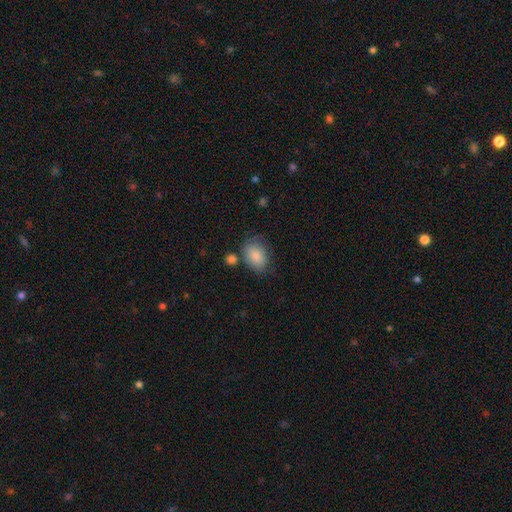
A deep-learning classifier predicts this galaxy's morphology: A smooth galaxy with no disk features (85%) that is in between round and cigar-shaped (80%).

Vote fractions:
- Smooth or featured? smooth: 85% / featured or disk: 8% / star or artifact: 7%
- How rounded? in between: 80% / round: 18% / cigar-shaped: 1%
- Merging? none: 64% / minor disturbance: 21% / merger: 8% / major disturbance: 7%